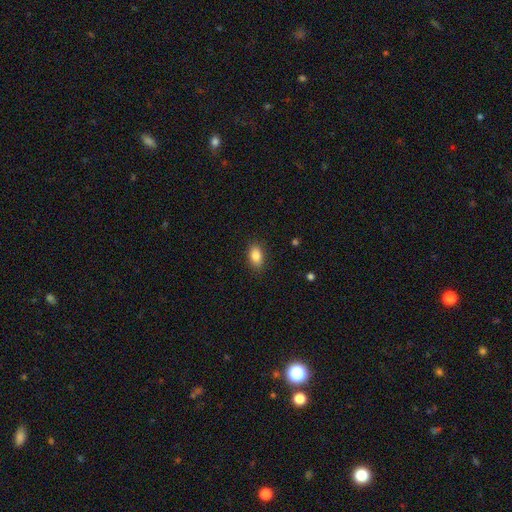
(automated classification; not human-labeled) This appears to be a smooth galaxy with no disk features (85%) that is in between round and cigar-shaped (88%). Merging: none (87%).